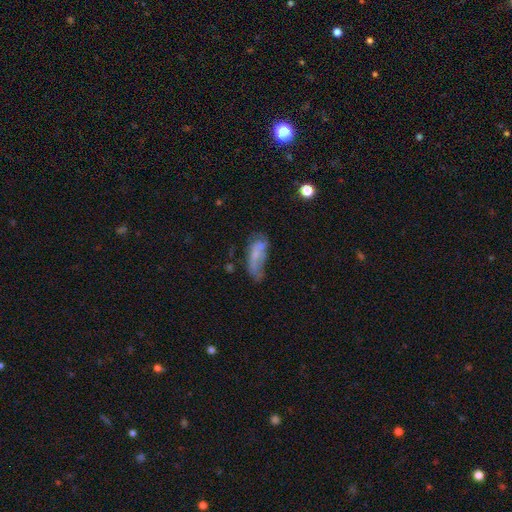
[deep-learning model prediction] This appears to be a smooth galaxy with no disk features (52%) that is in between round and cigar-shaped (74%). Merging: none (32%).